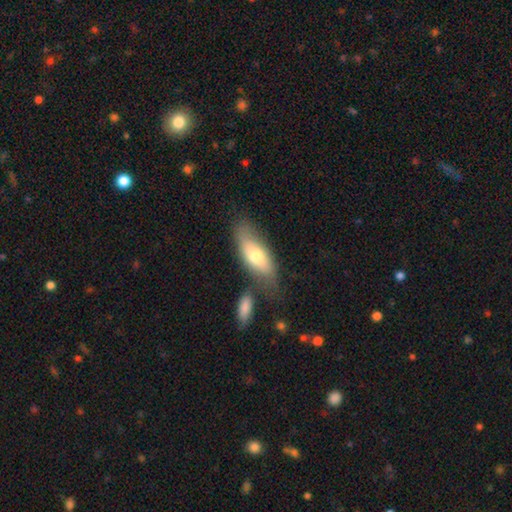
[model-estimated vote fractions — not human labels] smooth-or-featured: smooth: 66% | featured or disk: 28% | star or artifact: 6%
  how-rounded: in between: 74% | cigar-shaped: 23% | round: 3%
  merging: none: 60% | minor disturbance: 19% | merger: 14% | major disturbance: 6%